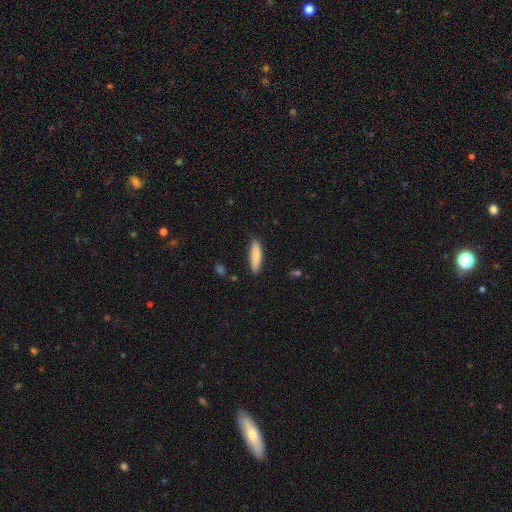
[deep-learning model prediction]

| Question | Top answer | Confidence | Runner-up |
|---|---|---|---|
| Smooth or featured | smooth | 86% | featured or disk (9%) |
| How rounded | cigar-shaped | 76% | in between (23%) |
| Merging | none | 87% | minor disturbance (10%) |